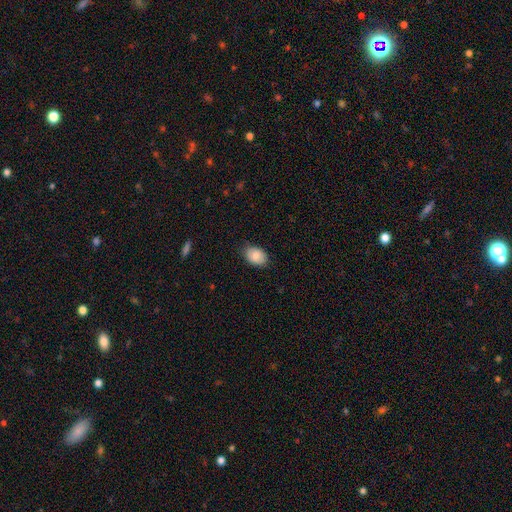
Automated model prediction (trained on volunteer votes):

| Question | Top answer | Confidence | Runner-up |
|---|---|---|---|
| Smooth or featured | smooth | 85% | featured or disk (8%) |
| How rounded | in between | 83% | round (16%) |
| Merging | none | 84% | minor disturbance (13%) |